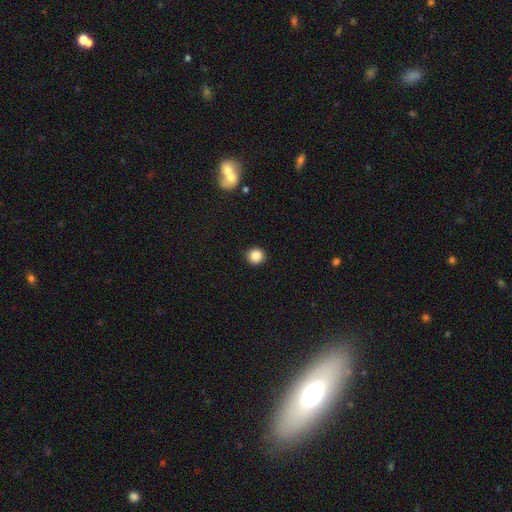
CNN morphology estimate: Smooth or featured? smooth (87%)
How rounded? round (92%)
Merging? none (92%)